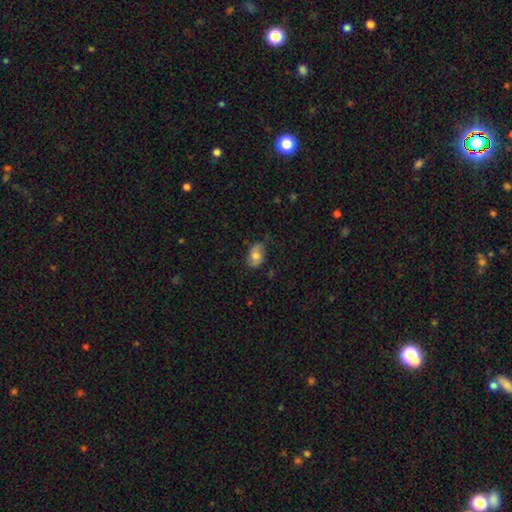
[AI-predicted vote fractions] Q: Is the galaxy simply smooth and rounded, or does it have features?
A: smooth — 64%.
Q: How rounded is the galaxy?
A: in between — 88%.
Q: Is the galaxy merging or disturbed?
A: none — 65%.